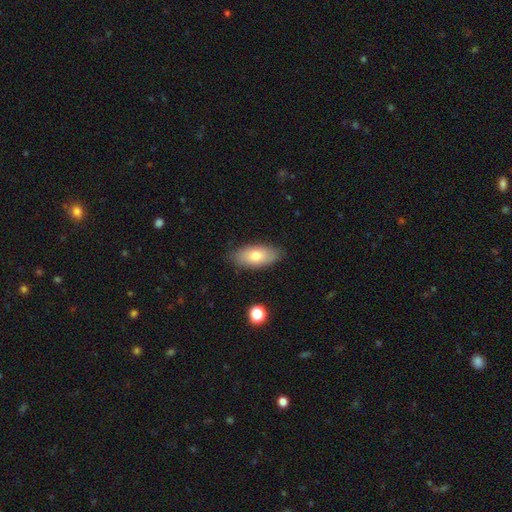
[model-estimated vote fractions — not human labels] A smooth galaxy with no disk features (71%) that is in between round and cigar-shaped (87%). Merging: none (83%).